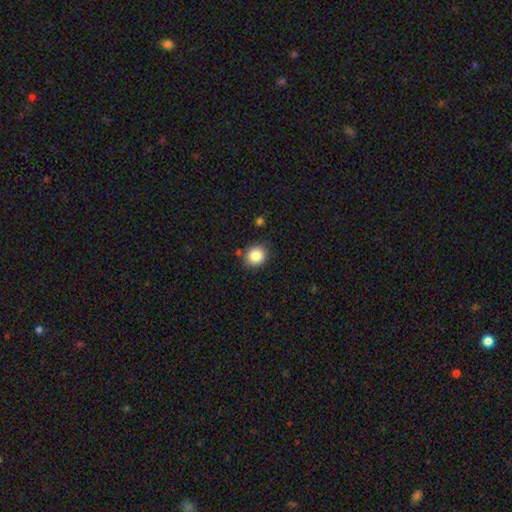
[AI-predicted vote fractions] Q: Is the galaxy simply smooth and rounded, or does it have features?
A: smooth — 85%.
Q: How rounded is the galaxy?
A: round — 79%.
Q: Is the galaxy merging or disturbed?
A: none — 83%.